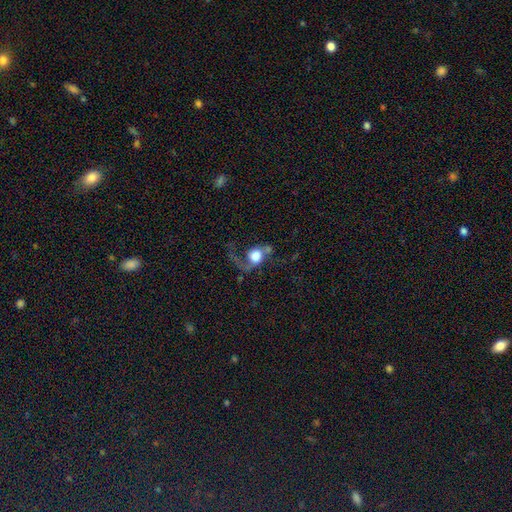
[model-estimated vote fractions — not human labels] The model was most divided on "smooth or featured": smooth: 50%, featured or disk: 41%, star or artifact: 10%. Remaining: merging — major disturbance (46%).